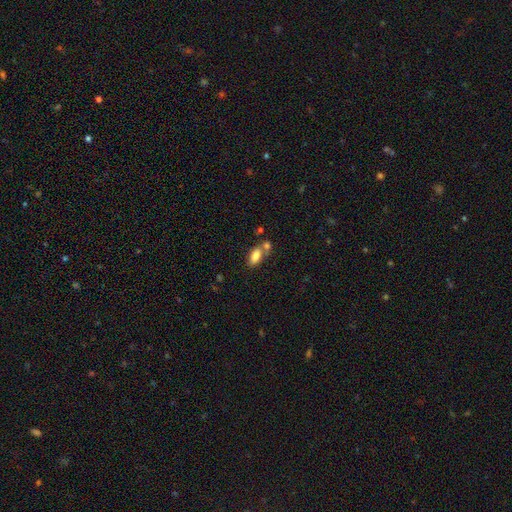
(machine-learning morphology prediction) Smooth or featured: smooth — 83% (featured or disk — 9%)
How rounded: in between — 89% (cigar-shaped — 7%)
Merging: none — 48% (merger — 34%)